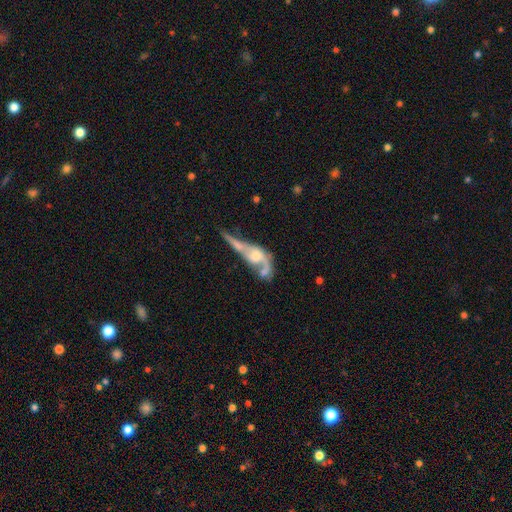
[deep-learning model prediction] Q: Smooth or featured?
A: featured or disk (66%); runner-up: smooth (27%)
Q: Edge-on disk?
A: no (82%); runner-up: yes (18%)
Q: Bar?
A: no (72%); runner-up: weak (22%)
Q: Spiral arms?
A: yes (58%); runner-up: no (42%)
Q: Bulge size?
A: moderate (48%); runner-up: small (25%)
Q: Merging?
A: merger (46%); runner-up: major disturbance (26%)